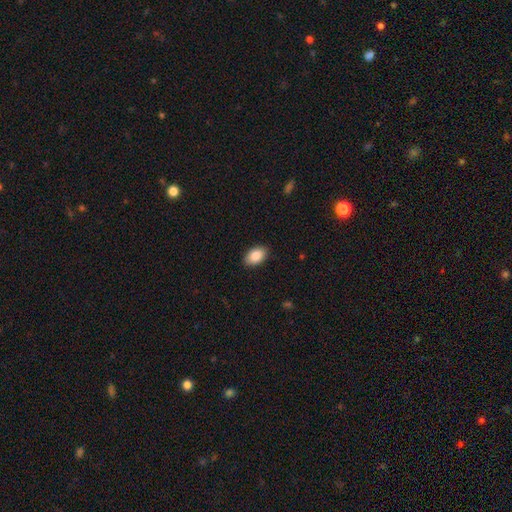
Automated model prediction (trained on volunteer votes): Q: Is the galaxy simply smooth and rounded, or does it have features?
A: smooth — 87%.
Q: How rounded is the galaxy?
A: in between — 91%.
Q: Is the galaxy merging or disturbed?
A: none — 89%.